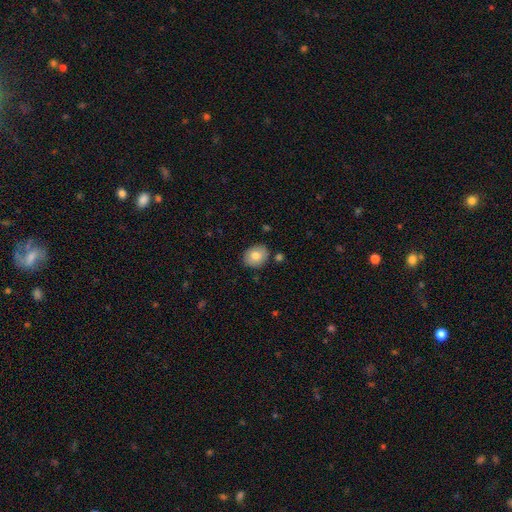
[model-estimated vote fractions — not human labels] smooth_or_featured: smooth (p=0.77) [alt: featured or disk p=0.15]
how_rounded: round (p=0.55) [alt: in between p=0.44]
merging: none (p=0.84) [alt: minor disturbance p=0.10]